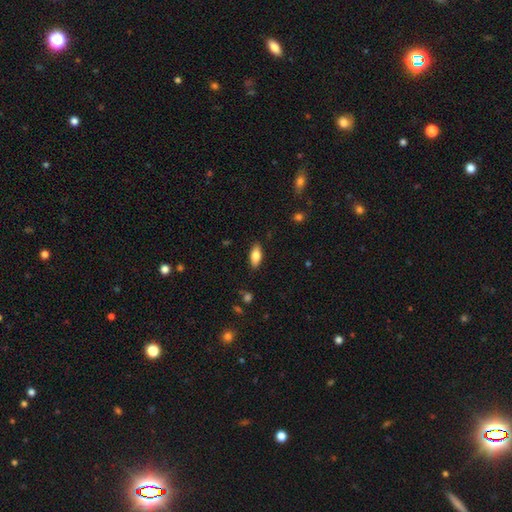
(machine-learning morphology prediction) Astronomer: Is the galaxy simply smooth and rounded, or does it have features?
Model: smooth — 77%.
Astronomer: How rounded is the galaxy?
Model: in between — 83%.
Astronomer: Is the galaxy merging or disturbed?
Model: none — 86%.